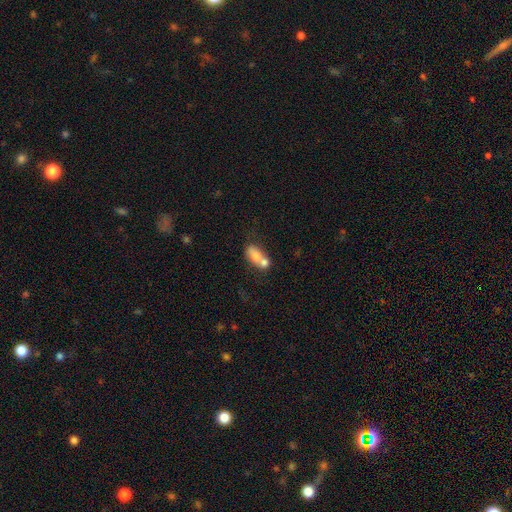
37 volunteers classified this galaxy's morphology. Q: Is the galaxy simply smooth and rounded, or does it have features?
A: smooth — 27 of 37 (73%).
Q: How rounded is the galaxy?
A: in between — 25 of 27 (93%).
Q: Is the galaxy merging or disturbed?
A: merger — 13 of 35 (37%).